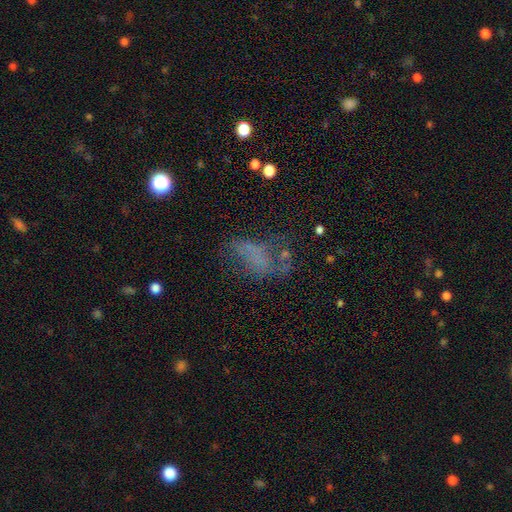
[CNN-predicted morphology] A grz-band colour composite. It shows a smooth galaxy with no disk features (39%). Merging: major disturbance (36%, tied with none).